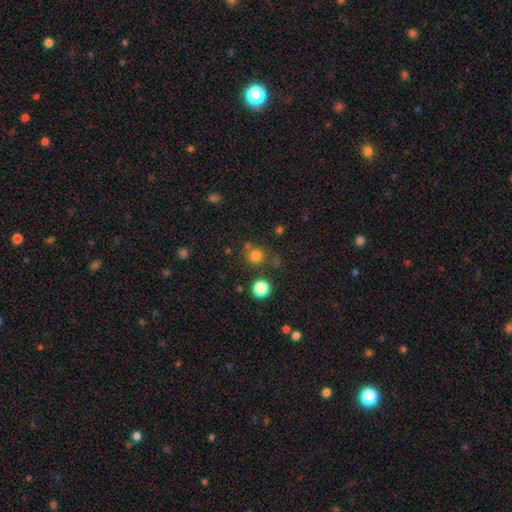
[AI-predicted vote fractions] smooth_or_featured: smooth (p=0.78) [alt: star or artifact p=0.16]
how_rounded: round (p=0.90) [alt: in between p=0.09]
merging: none (p=0.72) [alt: merger p=0.13]